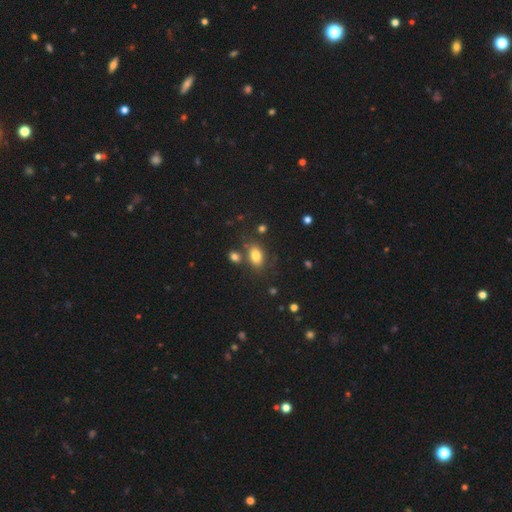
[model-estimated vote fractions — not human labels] smooth-or-featured: smooth: 80% | star or artifact: 10% | featured or disk: 9%
  how-rounded: in between: 83% | round: 15% | cigar-shaped: 2%
  merging: none: 68% | minor disturbance: 14% | merger: 13% | major disturbance: 5%